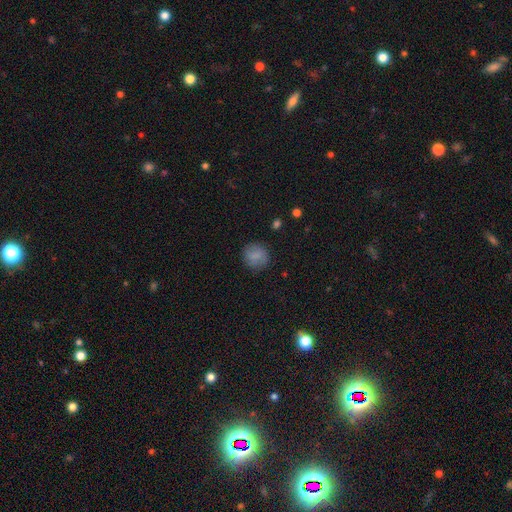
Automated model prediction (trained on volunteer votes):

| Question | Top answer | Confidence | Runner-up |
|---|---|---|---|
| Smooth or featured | smooth | 83% | star or artifact (9%) |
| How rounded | round | 85% | in between (14%) |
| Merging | none | 84% | minor disturbance (12%) |